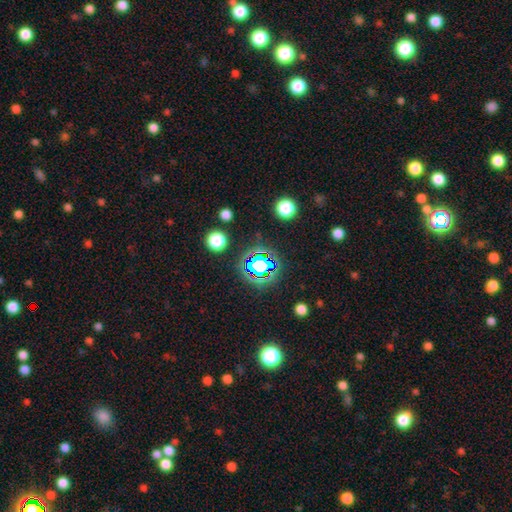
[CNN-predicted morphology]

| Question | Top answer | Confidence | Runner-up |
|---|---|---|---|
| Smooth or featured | star or artifact | 77% | smooth (16%) |